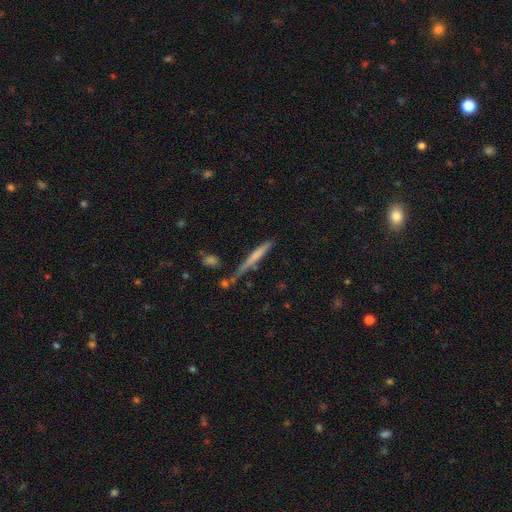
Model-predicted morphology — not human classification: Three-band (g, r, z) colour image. It shows a smooth galaxy with no disk features (55%) that is cigar-shaped (93%). Merging: none (59%).